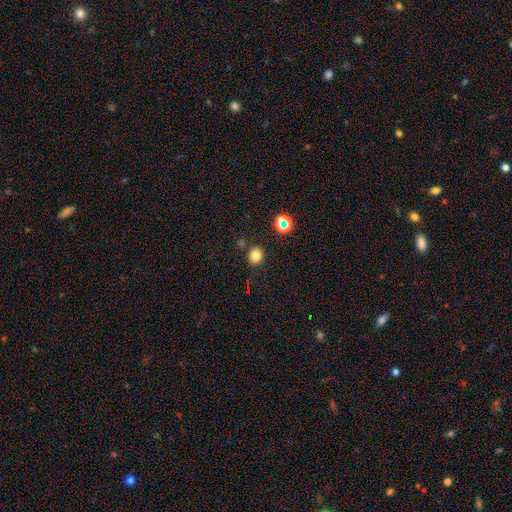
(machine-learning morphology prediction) This is likely a smooth galaxy (77%). How rounded: likely round (76%). Merging: clearly none (84%).